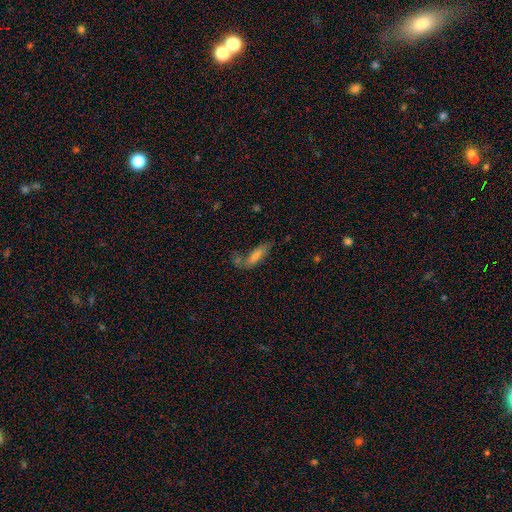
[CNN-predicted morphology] A smooth galaxy with no disk features (61%) that is in between round and cigar-shaped (51%).

Vote fractions:
- Smooth or featured? smooth: 61% / featured or disk: 29% / star or artifact: 11%
- How rounded? in between: 51% / cigar-shaped: 46% / round: 3%
- Merging? none: 47% / minor disturbance: 21% / merger: 19% / major disturbance: 12%